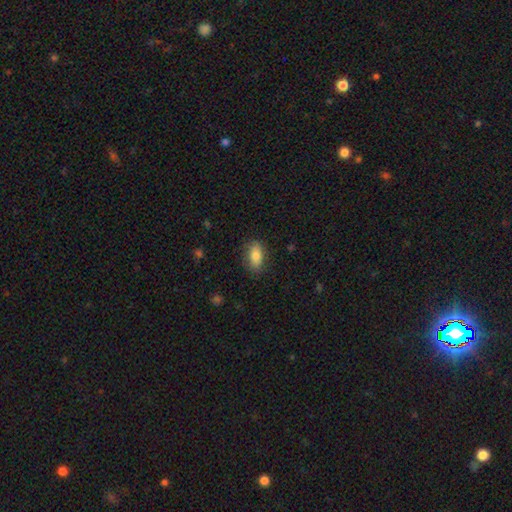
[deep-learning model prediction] smooth_or_featured: smooth (p=0.80) [alt: featured or disk p=0.12]
how_rounded: in between (p=0.90) [alt: round p=0.06]
merging: none (p=0.79) [alt: minor disturbance p=0.16]